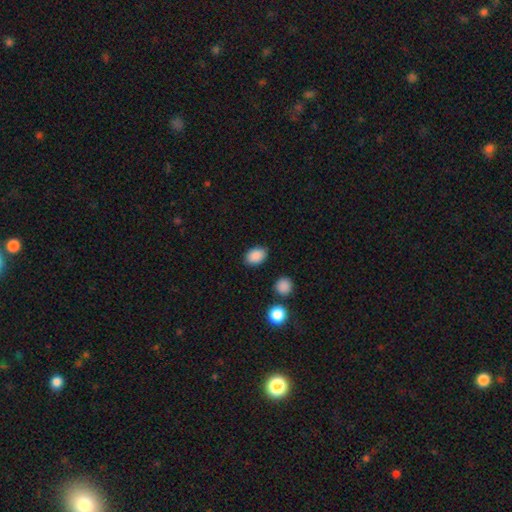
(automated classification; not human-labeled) smooth-or-featured: smooth: 89% | star or artifact: 8% | featured or disk: 3%
  how-rounded: in between: 80% | round: 19% | cigar-shaped: 1%
  merging: none: 86% | minor disturbance: 10% | major disturbance: 3% | merger: 2%